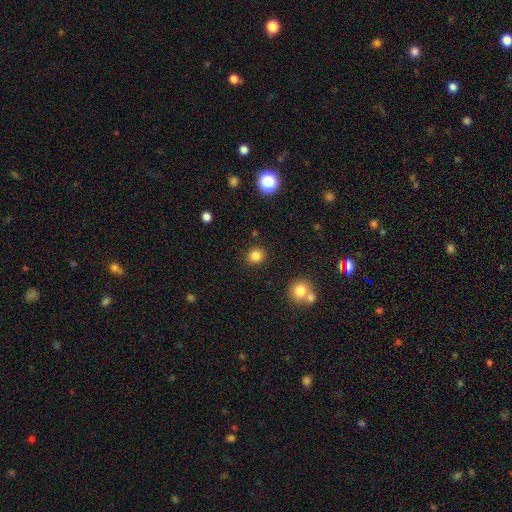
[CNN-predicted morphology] Smooth or featured? smooth (84%)
How rounded? round (87%)
Merging? none (89%)